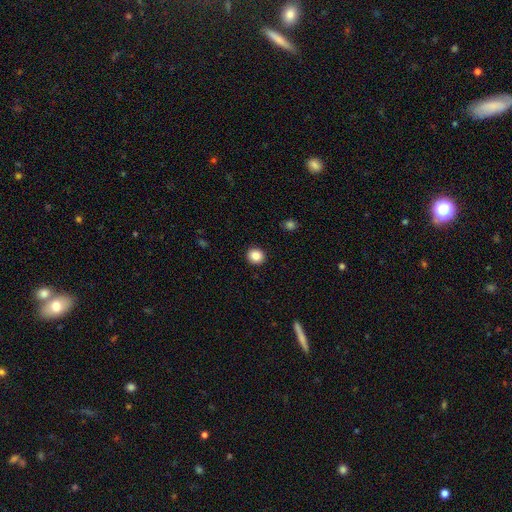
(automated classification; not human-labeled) smooth_or_featured: smooth (p=0.86) [alt: star or artifact p=0.10]
how_rounded: round (p=0.89) [alt: in between p=0.10]
merging: none (p=0.93) [alt: minor disturbance p=0.05]